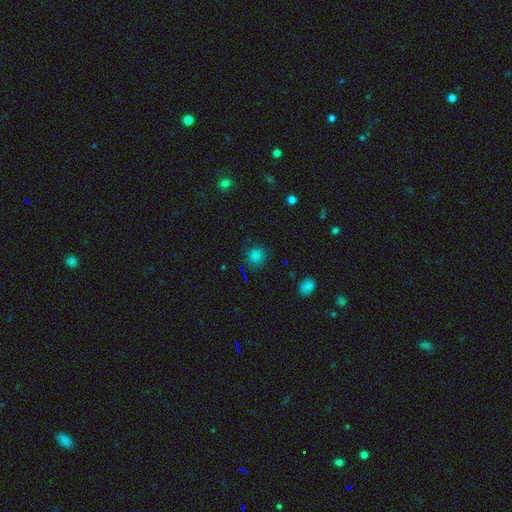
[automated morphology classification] Smooth or featured?
  - smooth: 76% *
  - star or artifact: 20%
  - featured or disk: 4%
How rounded?
  - round: 89% *
  - in between: 10%
  - cigar-shaped: 1%
Merging?
  - none: 83% *
  - minor disturbance: 11%
  - major disturbance: 3%
  - merger: 2%